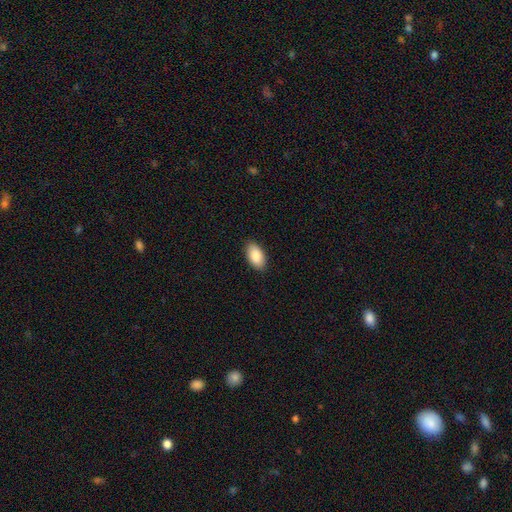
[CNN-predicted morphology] A smooth galaxy with no disk features (90%) that is in between round and cigar-shaped (95%).

Vote fractions:
- Smooth or featured? smooth: 90% / star or artifact: 6% / featured or disk: 4%
- How rounded? in between: 95% / round: 3% / cigar-shaped: 2%
- Merging? none: 88% / minor disturbance: 9% / major disturbance: 2% / merger: 1%